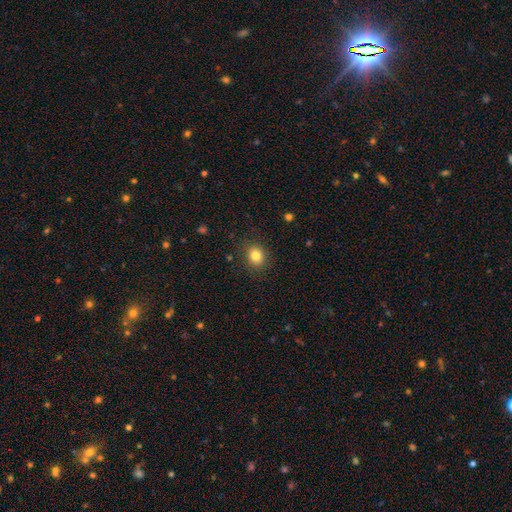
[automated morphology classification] The model was most divided on "how rounded": round: 69%, in between: 30%, cigar-shaped: 1%. More confident: merging — none (87%); smooth or featured — smooth (83%).